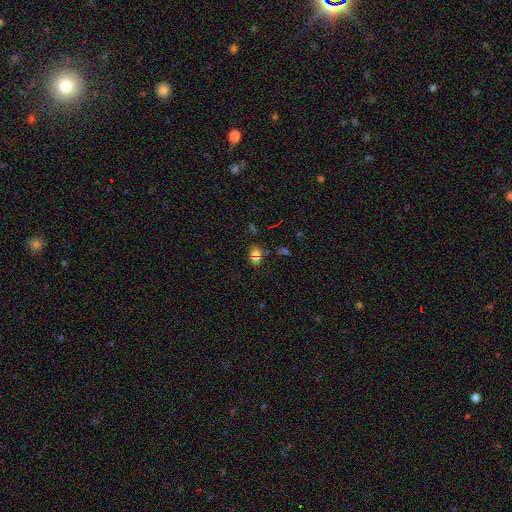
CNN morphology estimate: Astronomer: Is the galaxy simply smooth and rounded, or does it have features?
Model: smooth — 56% (runner-up: star or artifact, 34%).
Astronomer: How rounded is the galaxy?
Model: round — 64%.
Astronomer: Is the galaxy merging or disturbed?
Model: none — 72%.